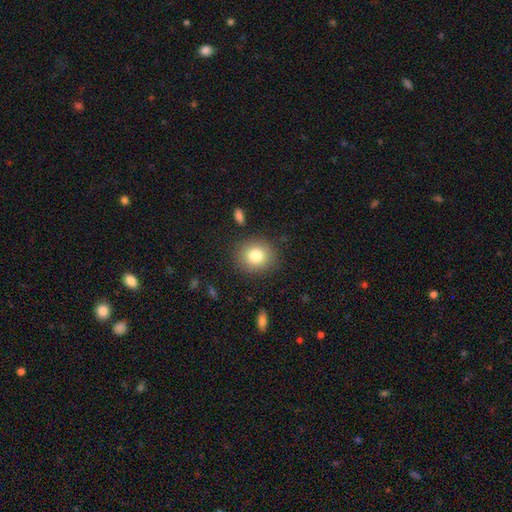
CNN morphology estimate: The model was most divided on "how rounded": round: 80%, in between: 19%, cigar-shaped: 1%. More confident: merging — none (87%); smooth or featured — smooth (80%).